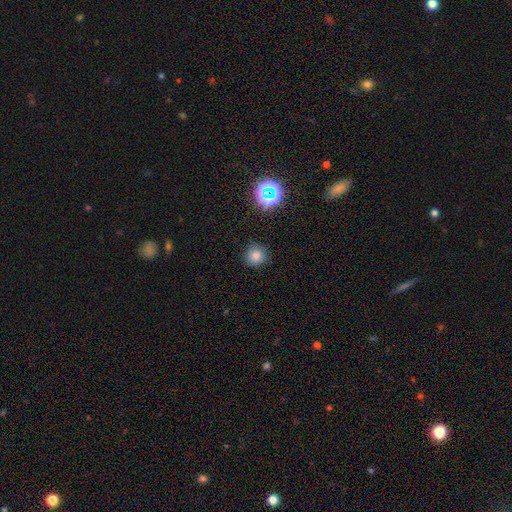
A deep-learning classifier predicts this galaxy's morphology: smooth_or_featured: smooth (p=0.76) [alt: star or artifact p=0.18]
how_rounded: round (p=0.92) [alt: in between p=0.07]
merging: none (p=0.88) [alt: minor disturbance p=0.08]